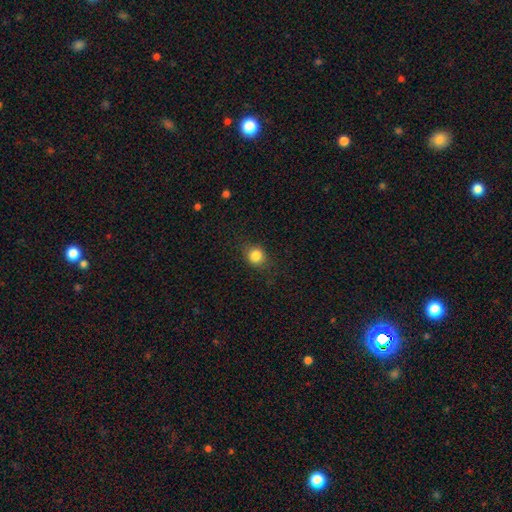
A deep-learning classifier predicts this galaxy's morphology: The model was most divided on "how rounded": round: 81%, in between: 18%, cigar-shaped: 1%. More confident: smooth or featured — smooth (84%); merging — none (83%).